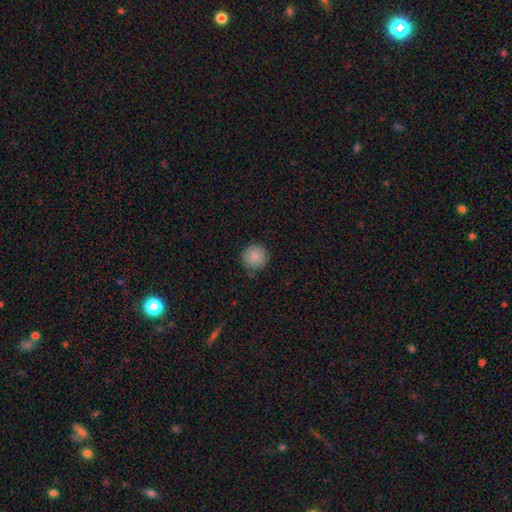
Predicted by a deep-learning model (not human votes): A smooth galaxy with no disk features (88%) that is round (95%). Merging: none (89%).